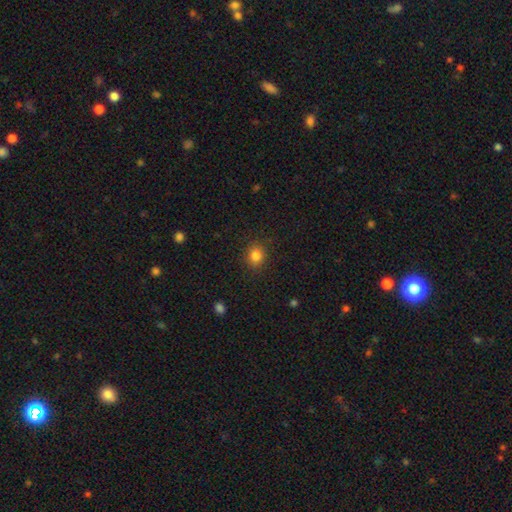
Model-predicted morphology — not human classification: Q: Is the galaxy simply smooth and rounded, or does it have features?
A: smooth — 83%.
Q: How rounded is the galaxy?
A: round — 74%.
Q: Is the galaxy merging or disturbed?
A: none — 88%.